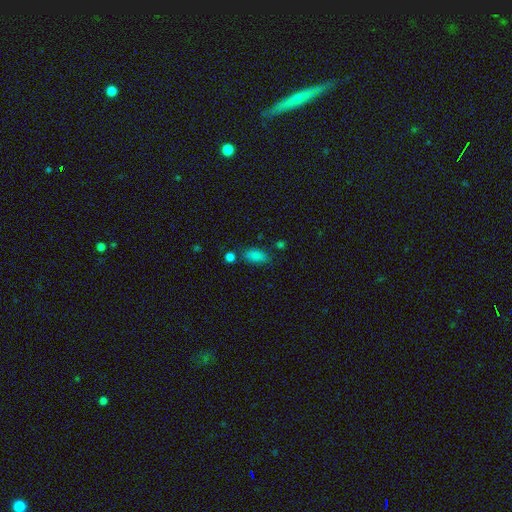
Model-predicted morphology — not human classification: Smooth or featured?
  - smooth: 84% *
  - star or artifact: 11%
  - featured or disk: 5%
How rounded?
  - in between: 88% *
  - cigar-shaped: 7%
  - round: 5%
Merging?
  - none: 70% *
  - minor disturbance: 16%
  - merger: 8%
  - major disturbance: 5%